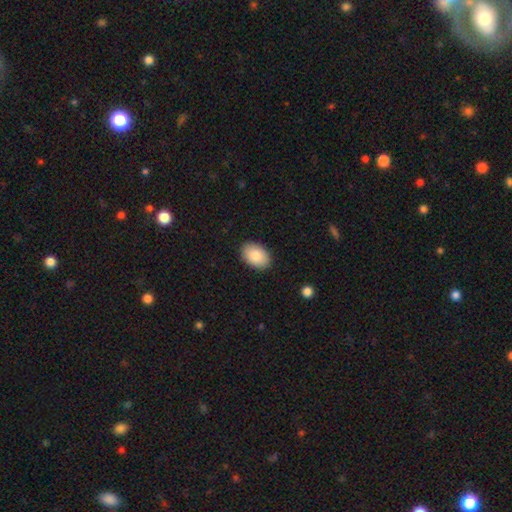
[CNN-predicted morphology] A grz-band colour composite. It shows a smooth galaxy with no disk features (87%) that is in between round and cigar-shaped (89%). Merging: none (89%).